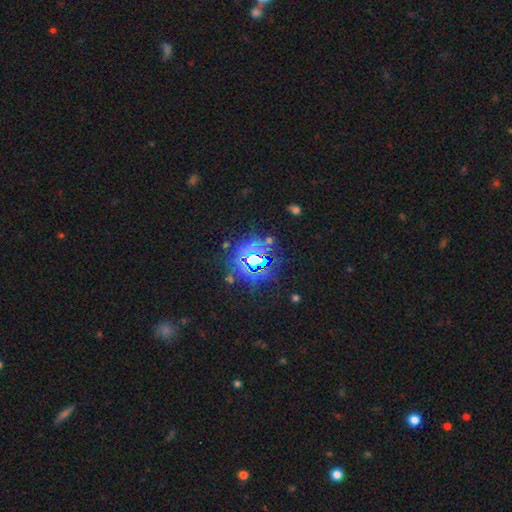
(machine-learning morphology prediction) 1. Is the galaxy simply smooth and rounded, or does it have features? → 78% star or artifact, 14% smooth, 7% featured or disk.